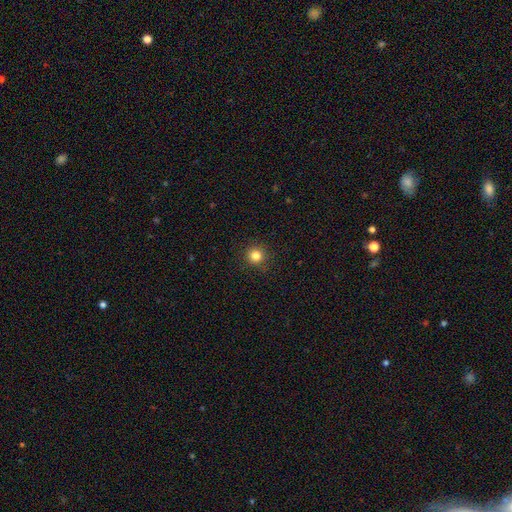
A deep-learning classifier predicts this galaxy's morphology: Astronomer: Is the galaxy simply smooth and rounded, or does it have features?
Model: smooth — 83%.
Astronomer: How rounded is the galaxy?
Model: round — 95%.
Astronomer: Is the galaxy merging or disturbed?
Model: none — 91%.